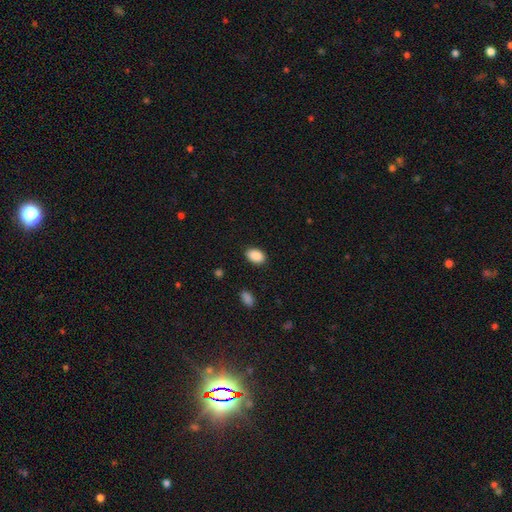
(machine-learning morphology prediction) A smooth galaxy with no disk features (90%) that is in between round and cigar-shaped (88%). Merging: none (87%).